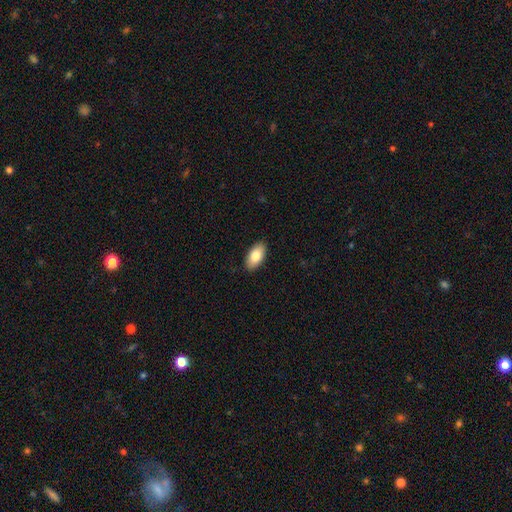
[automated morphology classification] This is clearly a smooth galaxy (83%). How rounded: clearly in between (94%). Merging: clearly none (89%).